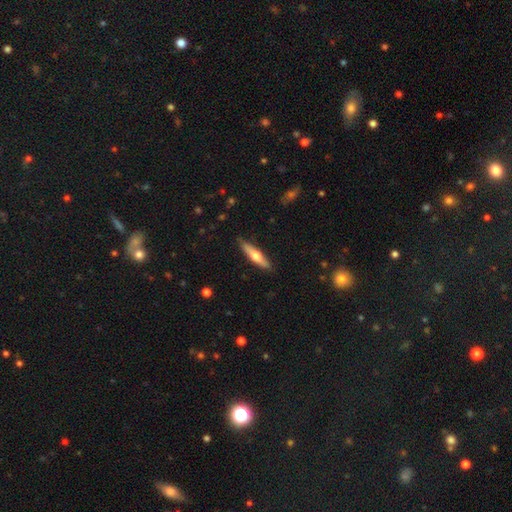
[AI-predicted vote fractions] A featured or disk galaxy (49%).

Vote fractions:
- Smooth or featured? featured or disk: 49% / smooth: 46% / star or artifact: 5%
- Merging? none: 87% / minor disturbance: 10% / major disturbance: 2% / merger: 1%